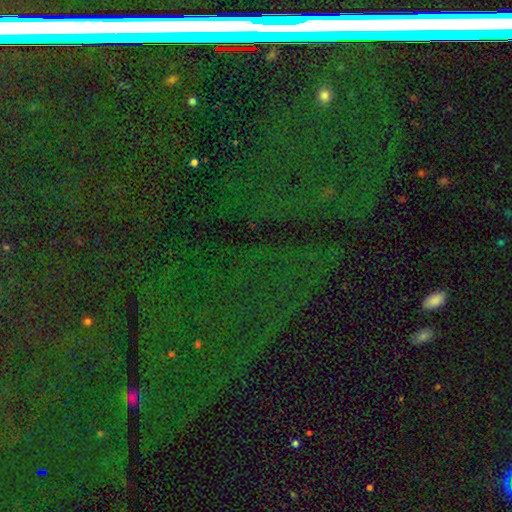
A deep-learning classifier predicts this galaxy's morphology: A star or artifact, not a galaxy (80%).